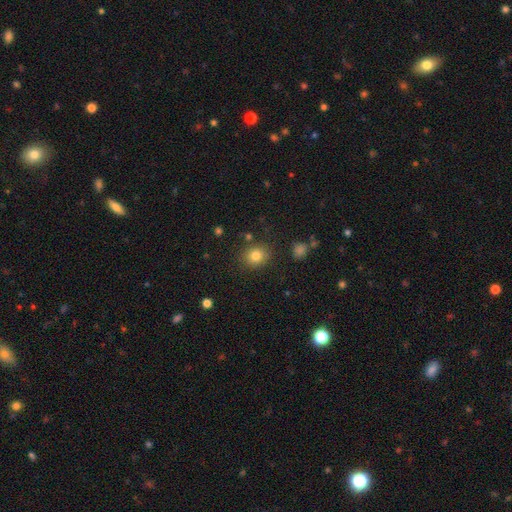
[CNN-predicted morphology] Smooth or featured: smooth — 81% (star or artifact — 12%)
How rounded: round — 74% (in between — 25%)
Merging: none — 84% (minor disturbance — 9%)